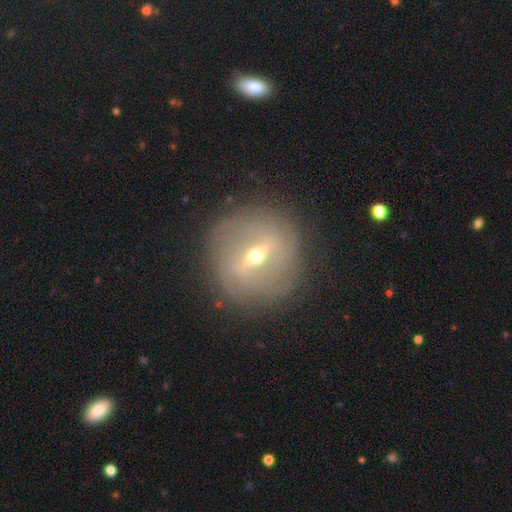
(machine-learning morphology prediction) smooth-or-featured: featured or disk: 79% | smooth: 13% | star or artifact: 8%
  disk-edge-on: no: 80% | yes: 20%
    bar: strong: 57% | weak: 33% | no: 10%
    has-spiral-arms: yes: 55% | no: 45%
    bulge-size: moderate: 54% | small: 41% | large: 3% | dominant: 1% | none: 1%
  merging: none: 84% | minor disturbance: 10% | major disturbance: 4% | merger: 1%